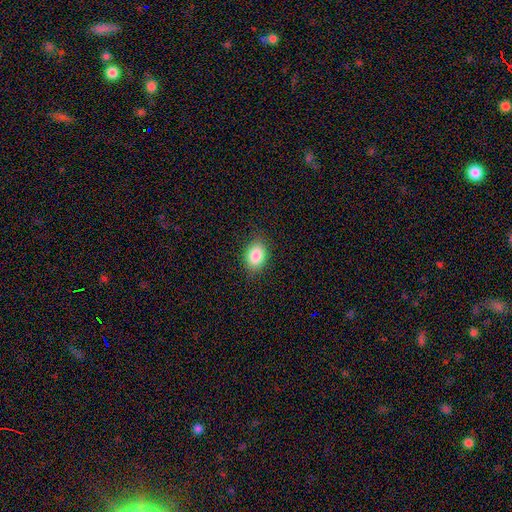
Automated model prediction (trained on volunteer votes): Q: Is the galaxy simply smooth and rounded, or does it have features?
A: smooth — 85%.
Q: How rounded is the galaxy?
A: in between — 80%.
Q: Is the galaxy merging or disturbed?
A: none — 85%.